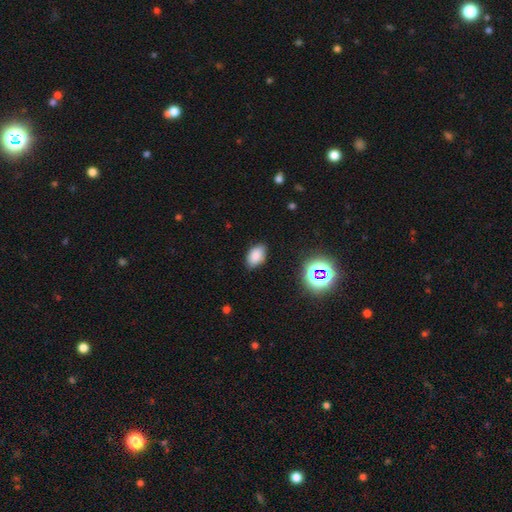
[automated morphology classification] This is clearly a smooth galaxy (80%). How rounded: clearly in between (90%). Merging: clearly none (84%).